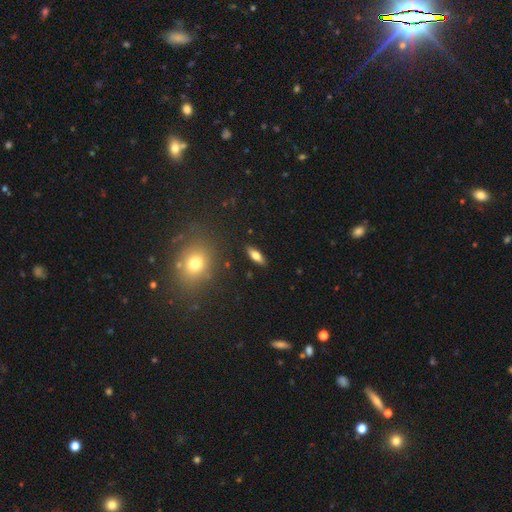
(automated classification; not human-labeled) This is likely a smooth galaxy (68%). How rounded: likely in between (66%). Merging: clearly none (88%).